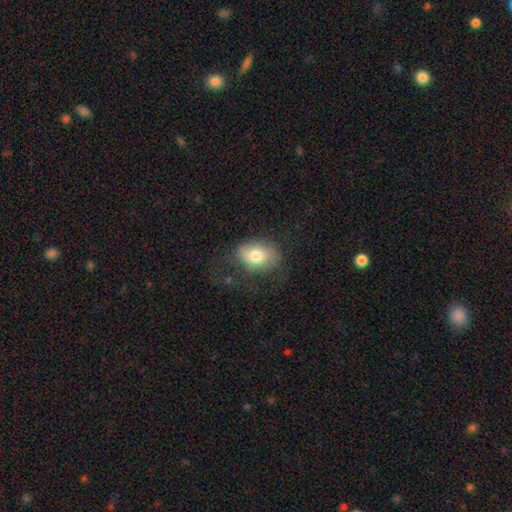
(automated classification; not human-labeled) Smooth or featured: smooth — 75% (featured or disk — 17%)
How rounded: in between — 76% (round — 23%)
Merging: none — 59% (minor disturbance — 23%)